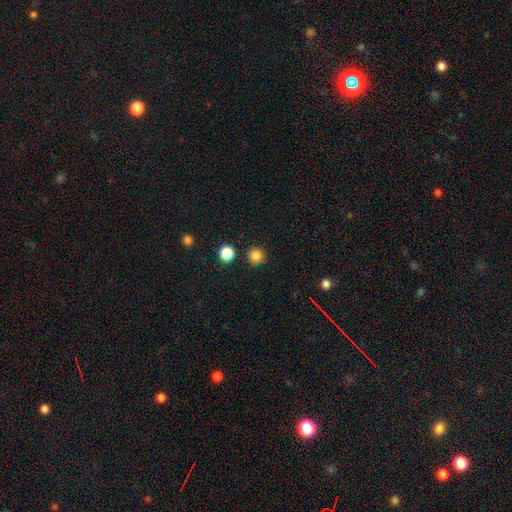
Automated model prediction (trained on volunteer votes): smooth-or-featured: smooth: 82% | star or artifact: 13% | featured or disk: 4%
  how-rounded: round: 95% | in between: 4% | cigar-shaped: 1%
  merging: none: 87% | minor disturbance: 8% | merger: 3% | major disturbance: 2%